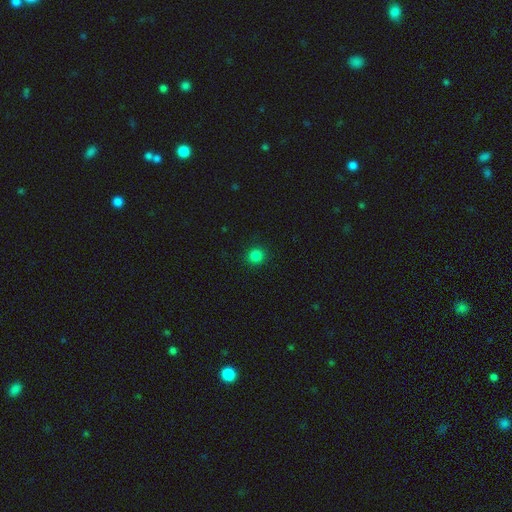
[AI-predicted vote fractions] A smooth galaxy with no disk features (83%) that is round (92%). Merging: none (92%).